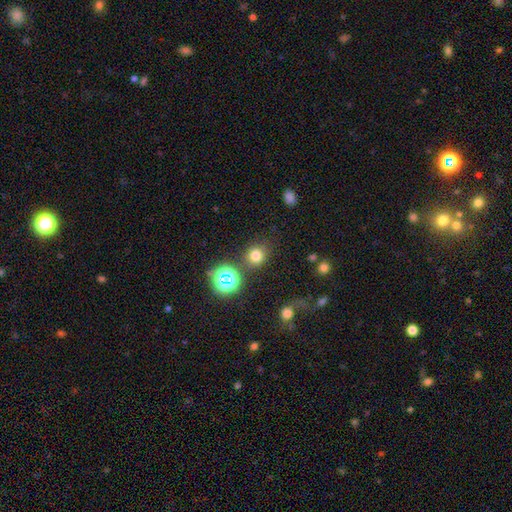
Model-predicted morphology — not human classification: This appears to be a smooth galaxy with no disk features (73%) that is round (83%). Merging: none (79%).